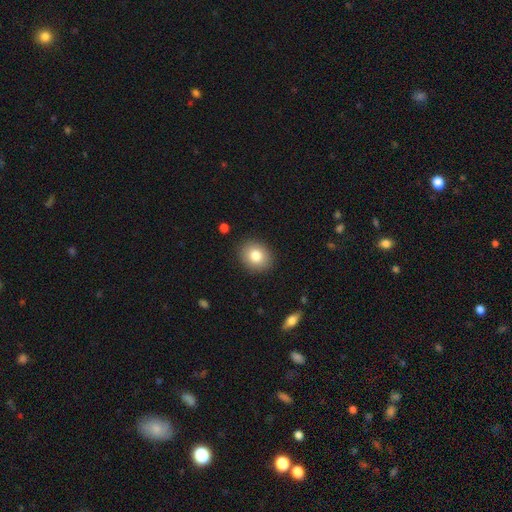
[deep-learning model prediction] smooth 81%, featured or disk 10%, star or artifact 9%. Down the decision tree: how rounded — round (64%); merging — none (89%).